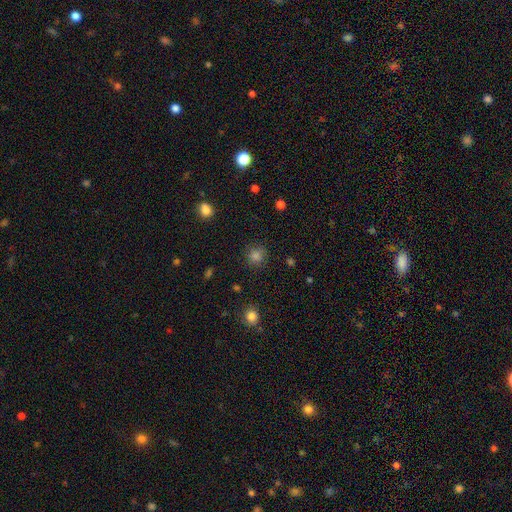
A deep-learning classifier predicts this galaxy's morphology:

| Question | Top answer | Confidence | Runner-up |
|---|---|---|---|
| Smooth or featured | smooth | 80% | star or artifact (16%) |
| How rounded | round | 90% | in between (9%) |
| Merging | none | 87% | minor disturbance (8%) |